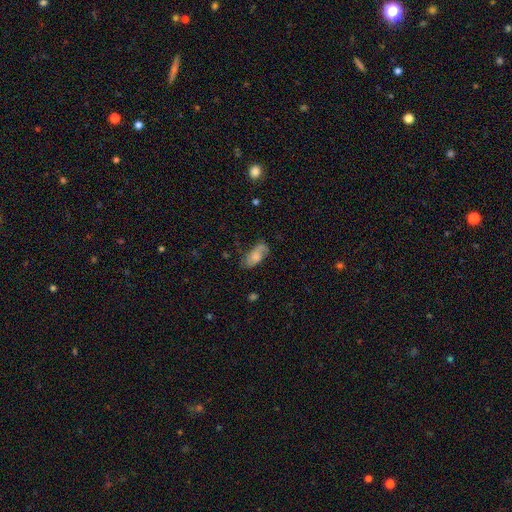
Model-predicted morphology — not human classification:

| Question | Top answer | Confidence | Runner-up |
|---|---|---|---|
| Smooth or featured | smooth | 65% | featured or disk (27%) |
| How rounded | in between | 86% | cigar-shaped (10%) |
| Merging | none | 59% | minor disturbance (27%) |